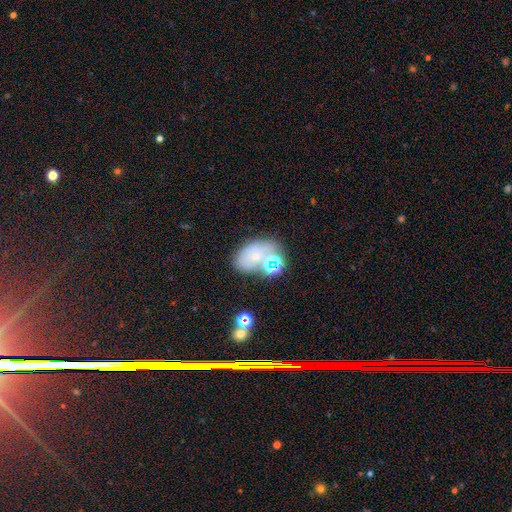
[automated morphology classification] Smooth or featured: smooth — 54% (featured or disk — 29%)
How rounded: in between — 80% (round — 19%)
Merging: none — 50% (merger — 22%)